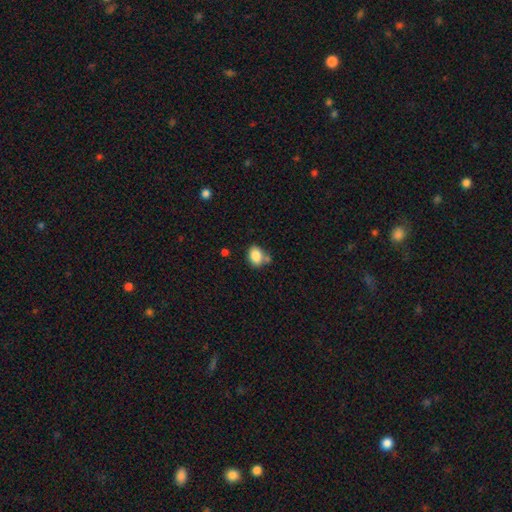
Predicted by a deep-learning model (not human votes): Q: Smooth or featured?
A: smooth (85%); runner-up: star or artifact (9%)
Q: How rounded?
A: in between (70%); runner-up: round (29%)
Q: Merging?
A: none (60%); runner-up: merger (18%)